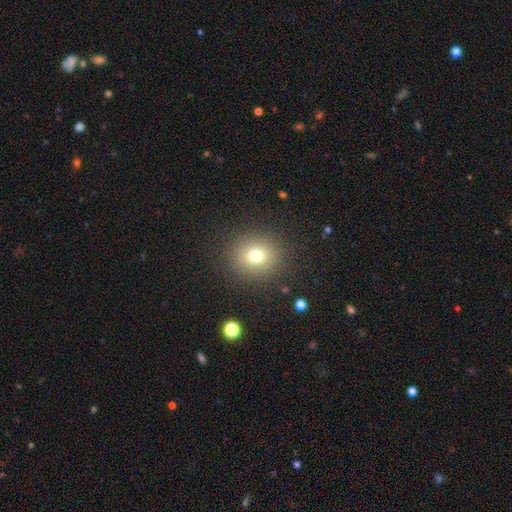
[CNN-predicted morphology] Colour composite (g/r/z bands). It shows a smooth galaxy with no disk features (74%) that is round (84%). Merging: none (88%).